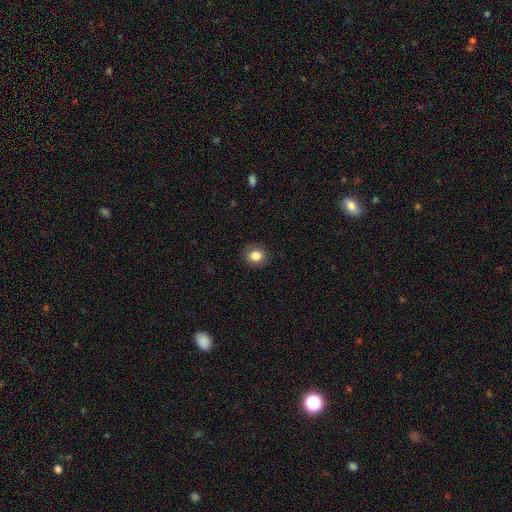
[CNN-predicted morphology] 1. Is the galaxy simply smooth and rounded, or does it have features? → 84% smooth, 10% star or artifact, 6% featured or disk.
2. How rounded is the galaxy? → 81% round, 18% in between, 1% cigar-shaped.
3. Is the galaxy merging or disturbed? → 90% none, 7% minor disturbance, 2% major disturbance, 1% merger.